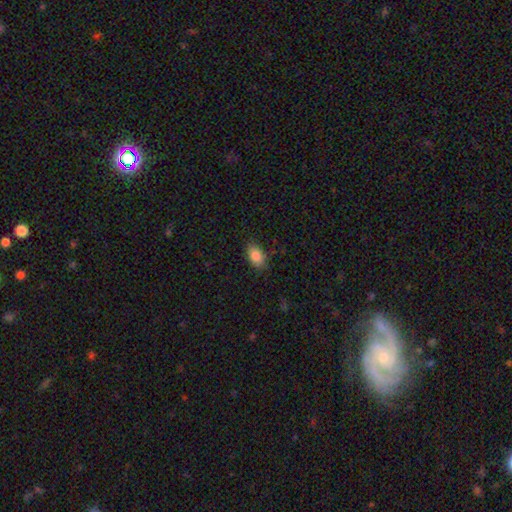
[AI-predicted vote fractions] smooth 86%, star or artifact 8%, featured or disk 6%. Down the decision tree: how rounded — in between (89%); merging — none (83%).